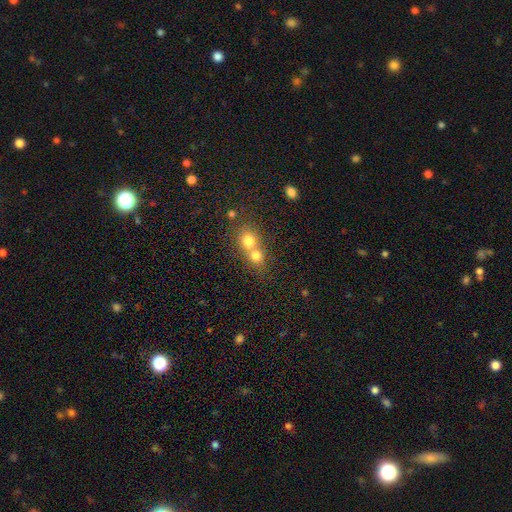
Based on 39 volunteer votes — A smooth galaxy with no disk features (69%) that is round (78%). Merging: merger (60%).